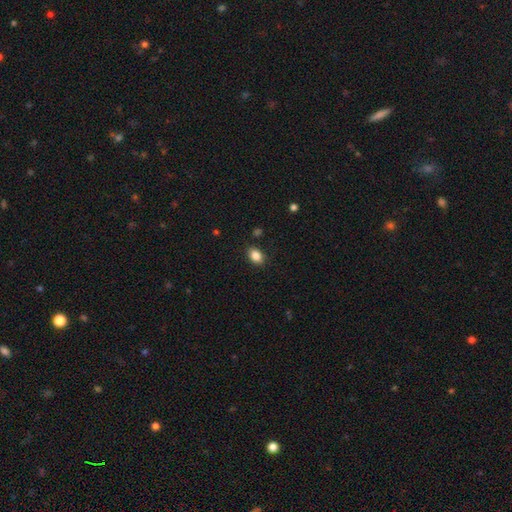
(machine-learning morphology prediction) Overall: smooth (85%). How rounded: in between (79%). Merging: none (87%).